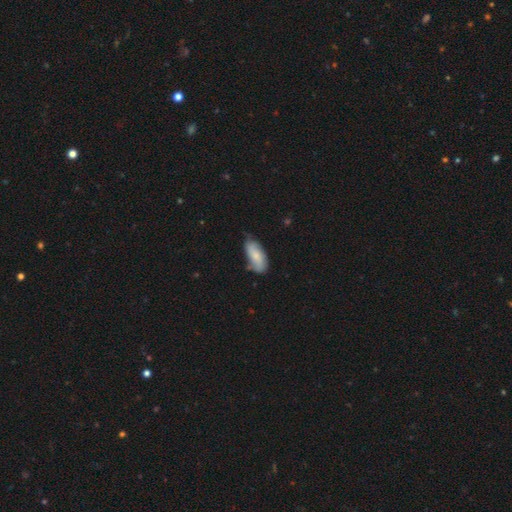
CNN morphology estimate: smooth 70%, featured or disk 24%, star or artifact 6%. Down the decision tree: how rounded — in between (86%); merging — none (60%).